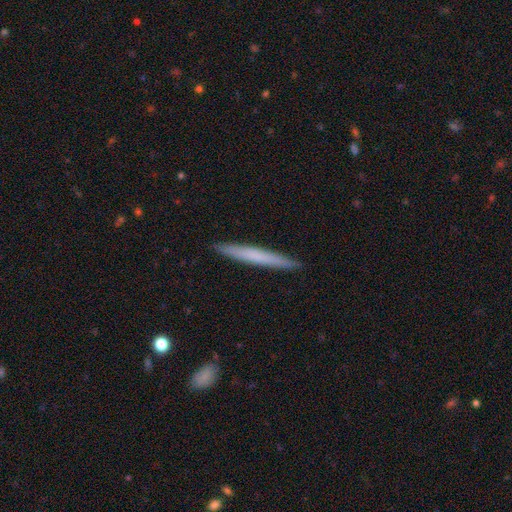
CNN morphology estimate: Q: Smooth or featured?
A: smooth (60%); runner-up: featured or disk (34%)
Q: How rounded?
A: cigar-shaped (97%); runner-up: in between (2%)
Q: Merging?
A: none (92%); runner-up: minor disturbance (6%)